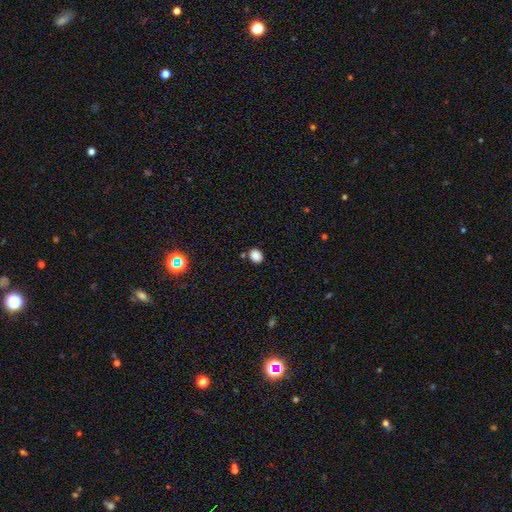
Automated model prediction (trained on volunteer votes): A smooth galaxy with no disk features (86%) that is round (50%).

Vote fractions:
- Smooth or featured? smooth: 86% / star or artifact: 11% / featured or disk: 3%
- How rounded? round: 50% / in between: 49% / cigar-shaped: 1%
- Merging? none: 81% / minor disturbance: 11% / merger: 5% / major disturbance: 3%